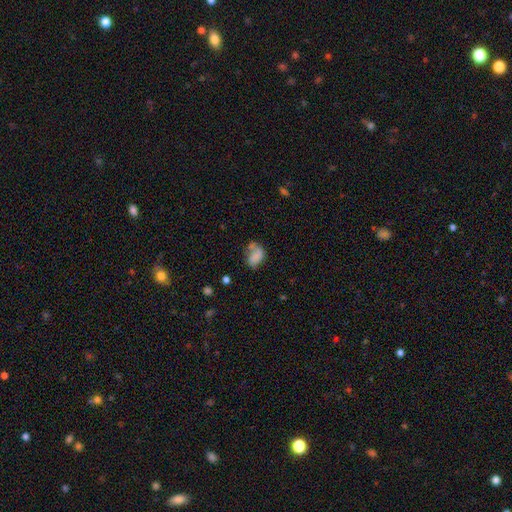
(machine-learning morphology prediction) A smooth galaxy with no disk features (72%) that is in between round and cigar-shaped (82%).

Vote fractions:
- Smooth or featured? smooth: 72% / featured or disk: 17% / star or artifact: 11%
- How rounded? in between: 82% / round: 16% / cigar-shaped: 2%
- Merging? none: 33% / merger: 23% / minor disturbance: 23% / major disturbance: 20%